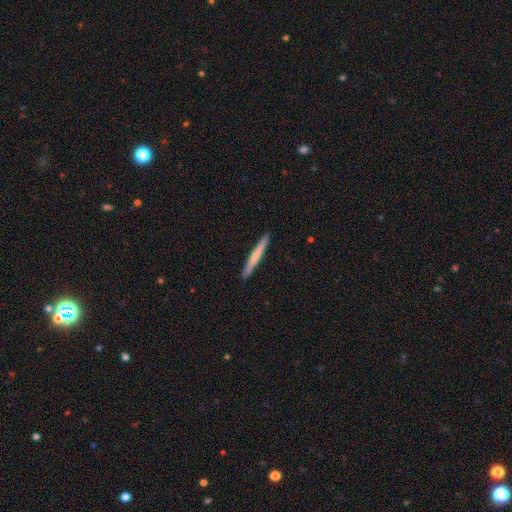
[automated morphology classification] A smooth galaxy with no disk features (52%) that is cigar-shaped (97%). Merging: none (92%).